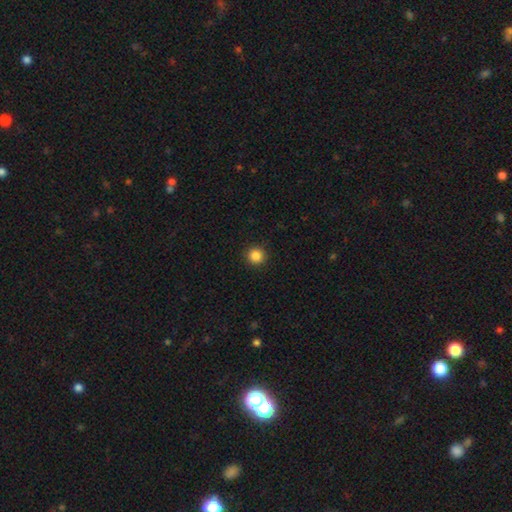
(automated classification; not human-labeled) Overall: smooth (86%). How rounded: round (95%). Merging: none (92%).